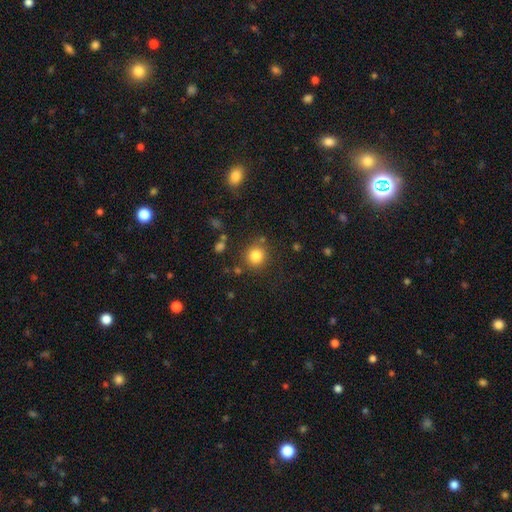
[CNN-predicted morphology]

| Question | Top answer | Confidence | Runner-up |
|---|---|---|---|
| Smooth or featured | smooth | 82% | star or artifact (12%) |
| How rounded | round | 91% | in between (8%) |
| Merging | none | 82% | minor disturbance (9%) |